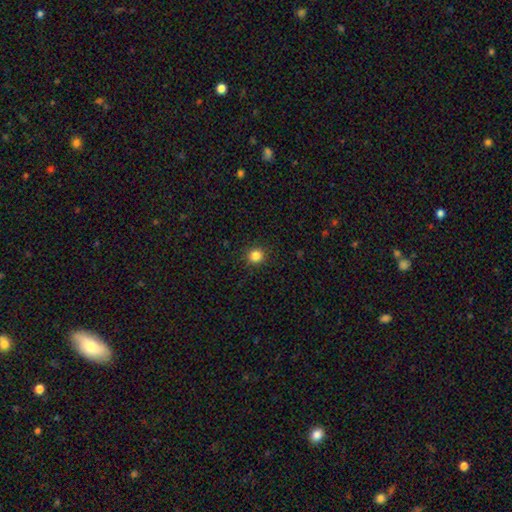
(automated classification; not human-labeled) Q: Smooth or featured?
A: smooth (84%); runner-up: star or artifact (12%)
Q: How rounded?
A: round (92%); runner-up: in between (7%)
Q: Merging?
A: none (91%); runner-up: minor disturbance (6%)